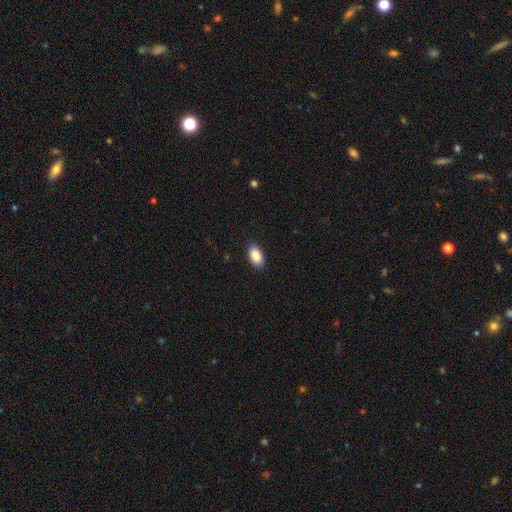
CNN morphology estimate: A smooth galaxy with no disk features (89%) that is in between round and cigar-shaped (93%). Merging: none (88%).